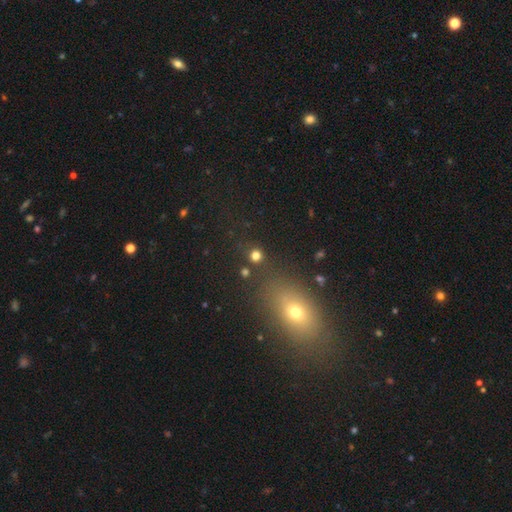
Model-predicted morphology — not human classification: Smooth or featured: smooth — 78% (star or artifact — 17%)
How rounded: round — 88% (in between — 10%)
Merging: none — 82% (minor disturbance — 7%)